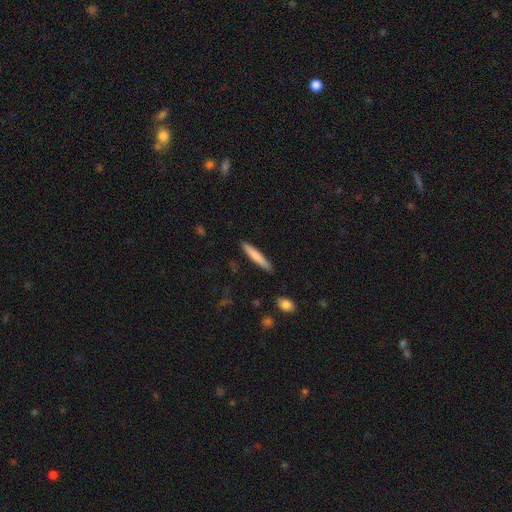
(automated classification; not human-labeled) Smooth or featured? Predicted: smooth (p=0.77). How rounded? Predicted: cigar-shaped (p=0.94). Merging? Predicted: none (p=0.90).